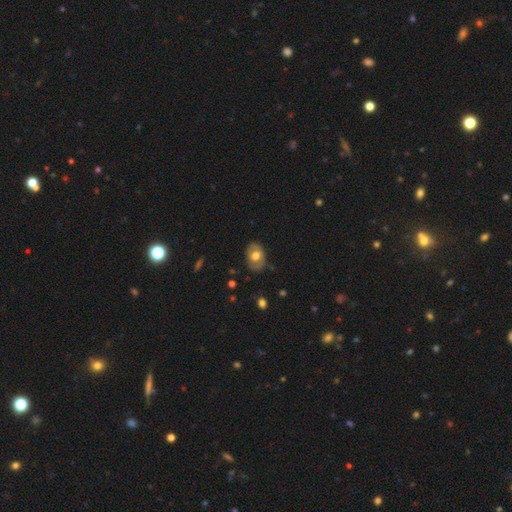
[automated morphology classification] The model was most divided on "smooth or featured": smooth: 57%, featured or disk: 36%, star or artifact: 7%. More confident: how rounded — in between (77%); merging — none (74%).